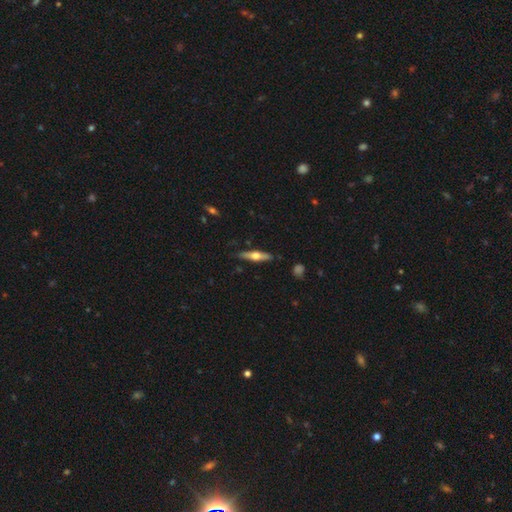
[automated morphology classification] type=featured or disk (56%); edge-on=yes (93%); edge-on bulge=rounded (93%); merging=none (86%).